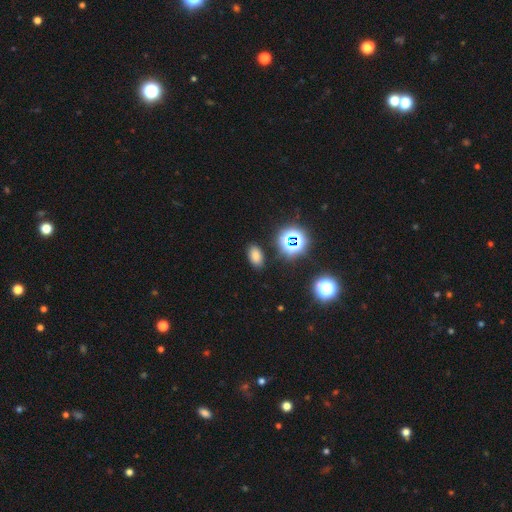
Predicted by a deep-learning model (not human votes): Overall: smooth (71%). How rounded: in between (87%). Merging: none (86%).